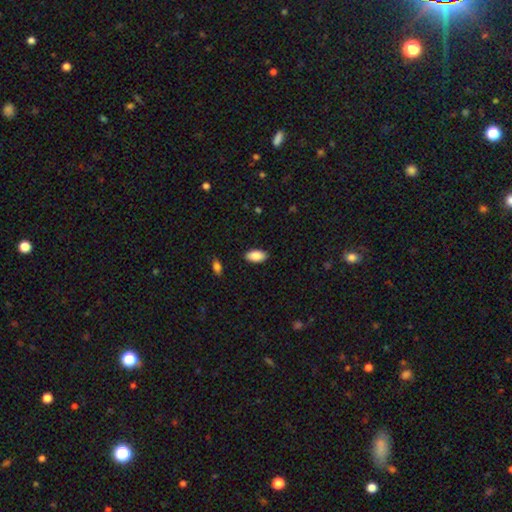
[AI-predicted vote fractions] Smooth or featured: smooth — 86% (featured or disk — 7%)
How rounded: in between — 94% (cigar-shaped — 3%)
Merging: none — 87% (minor disturbance — 9%)